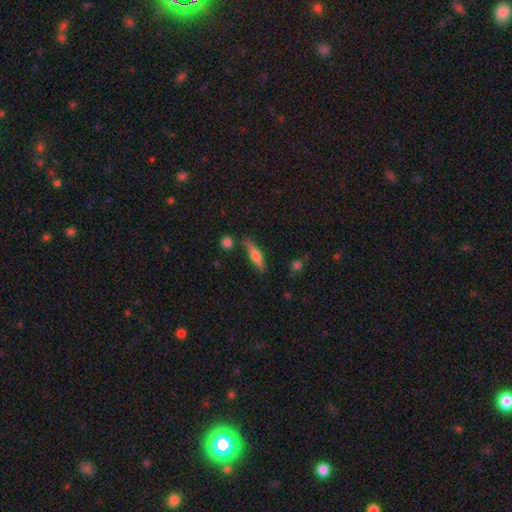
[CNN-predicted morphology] A smooth galaxy with no disk features (52%) that is cigar-shaped (72%). Merging: none (76%).